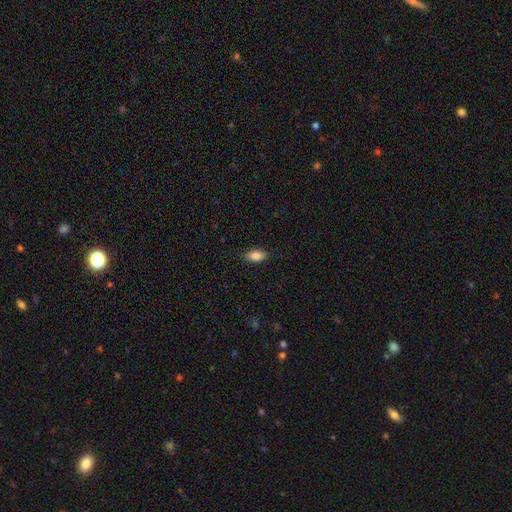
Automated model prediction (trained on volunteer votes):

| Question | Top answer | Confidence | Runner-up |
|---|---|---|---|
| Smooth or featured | smooth | 86% | star or artifact (8%) |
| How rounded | in between | 89% | cigar-shaped (7%) |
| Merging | none | 87% | minor disturbance (10%) |